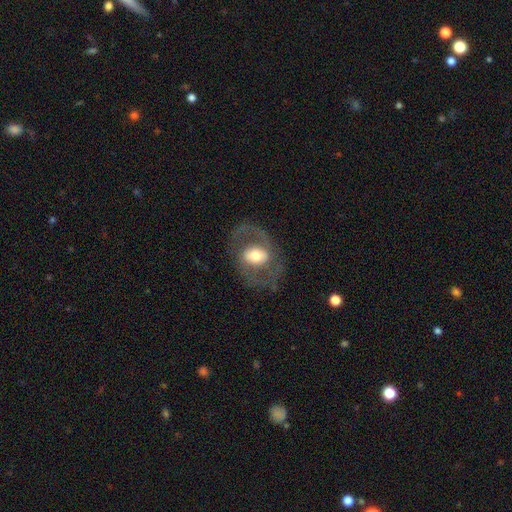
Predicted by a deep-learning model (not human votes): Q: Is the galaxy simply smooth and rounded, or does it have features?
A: featured or disk — 66%.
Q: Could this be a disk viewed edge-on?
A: no — 95%.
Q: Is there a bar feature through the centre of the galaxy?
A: no — 45%.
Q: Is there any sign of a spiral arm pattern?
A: yes — 62%.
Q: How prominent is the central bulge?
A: moderate — 56%.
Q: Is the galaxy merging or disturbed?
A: none — 70%.